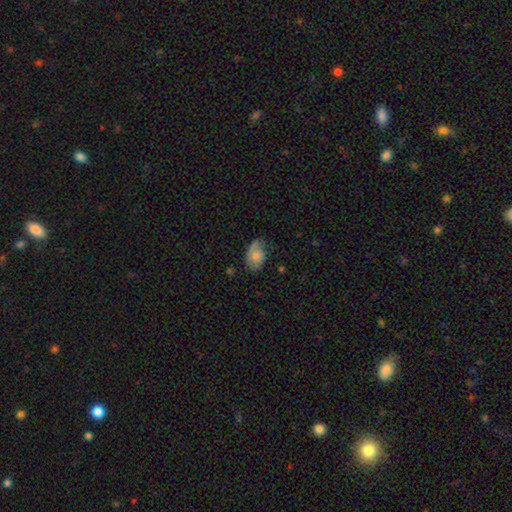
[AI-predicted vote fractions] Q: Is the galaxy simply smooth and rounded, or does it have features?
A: smooth — 55%.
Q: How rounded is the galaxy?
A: in between — 83%.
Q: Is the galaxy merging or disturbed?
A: none — 53%.